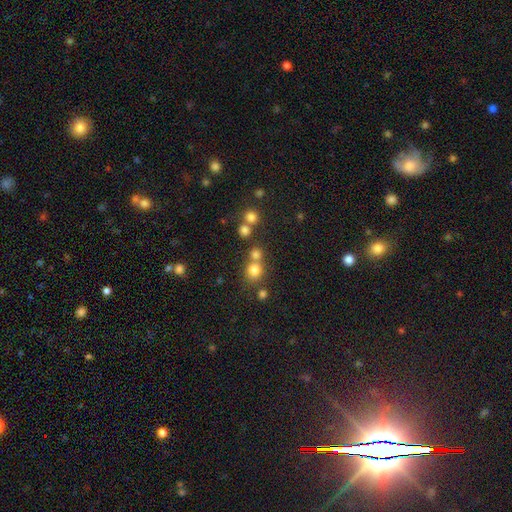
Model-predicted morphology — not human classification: Smooth or featured? Predicted: star or artifact (p=0.46).